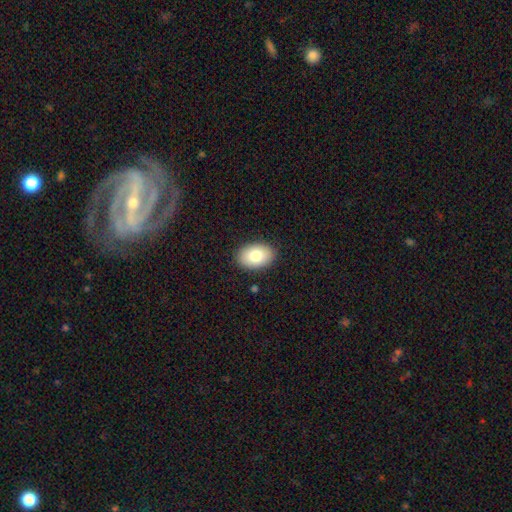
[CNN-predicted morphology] smooth-or-featured: smooth: 81% | featured or disk: 12% | star or artifact: 7%
  how-rounded: in between: 88% | round: 11% | cigar-shaped: 1%
  merging: none: 88% | minor disturbance: 8% | major disturbance: 2% | merger: 1%